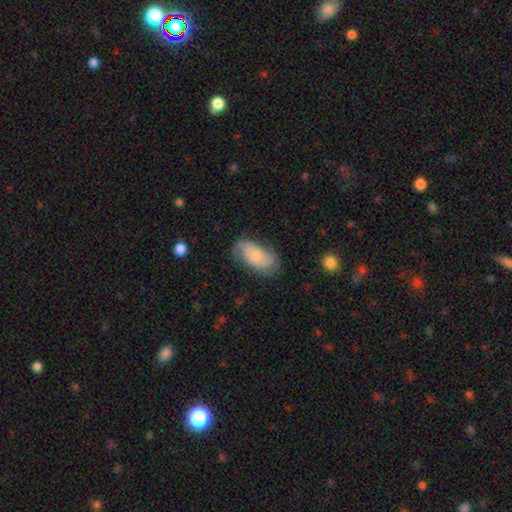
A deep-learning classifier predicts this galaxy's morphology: type=smooth (49%); merging=none (61%).